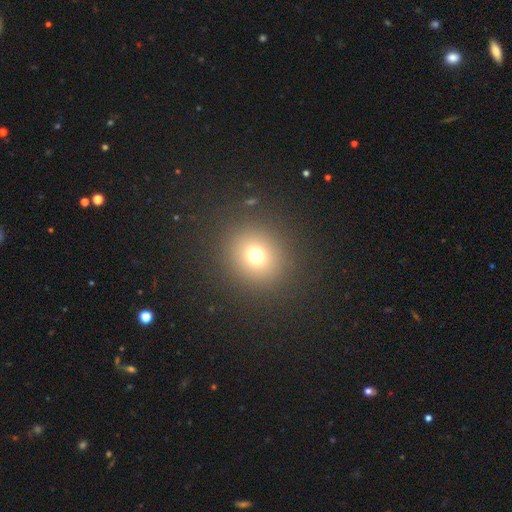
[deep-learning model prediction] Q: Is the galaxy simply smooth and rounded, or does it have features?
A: smooth — 71%.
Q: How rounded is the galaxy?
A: round — 85%.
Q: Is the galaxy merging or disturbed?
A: none — 88%.